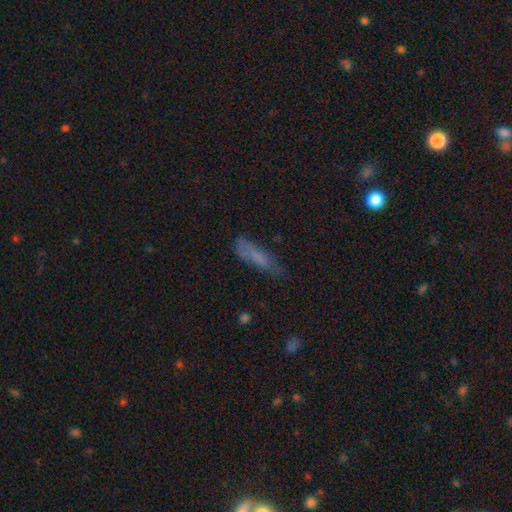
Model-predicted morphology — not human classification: A smooth galaxy with no disk features (65%) that is cigar-shaped (65%). Merging: none (55%).